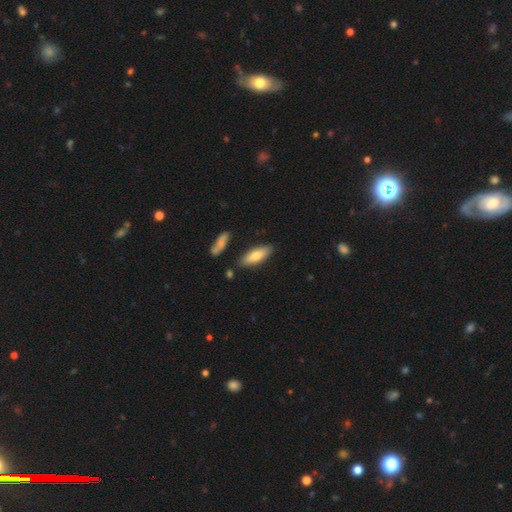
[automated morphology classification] smooth-or-featured: smooth: 72% | featured or disk: 22% | star or artifact: 6%
  how-rounded: in between: 62% | cigar-shaped: 36% | round: 2%
  merging: none: 82% | minor disturbance: 12% | merger: 4% | major disturbance: 2%